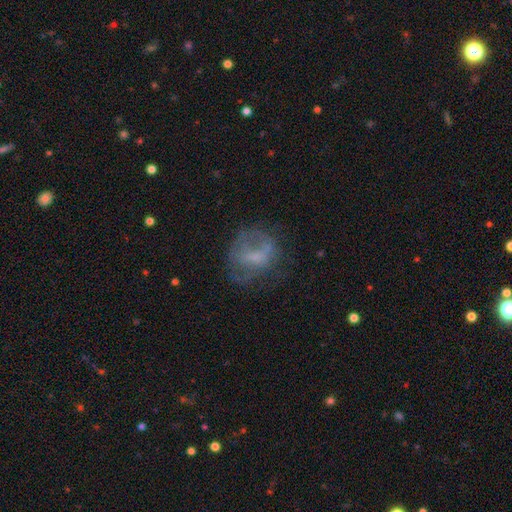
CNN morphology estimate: Q: Smooth or featured?
A: featured or disk (45%); runner-up: smooth (42%)
Q: Merging?
A: none (49%); runner-up: major disturbance (26%)